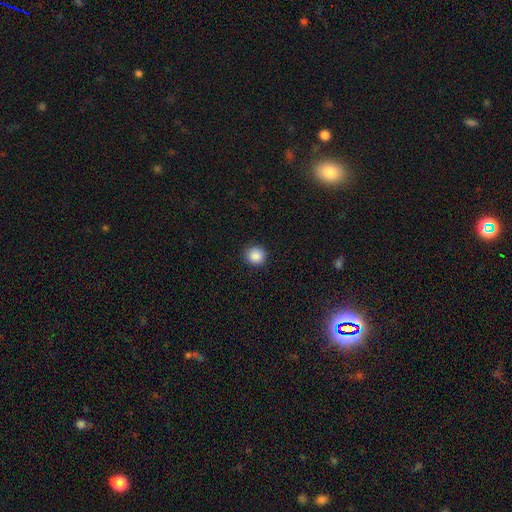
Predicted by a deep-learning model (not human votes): Smooth or featured: smooth — 88% (star or artifact — 9%)
How rounded: round — 93% (in between — 6%)
Merging: none — 92% (minor disturbance — 5%)